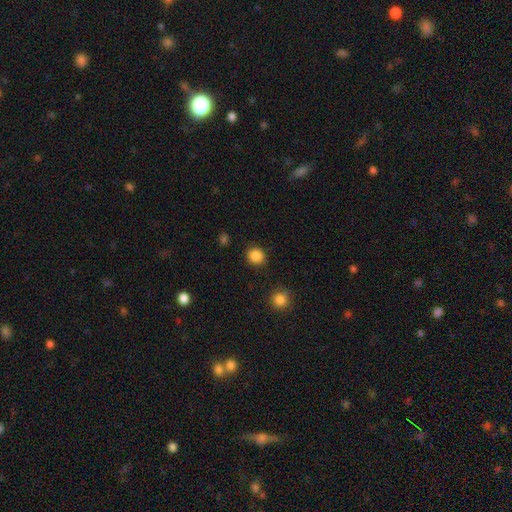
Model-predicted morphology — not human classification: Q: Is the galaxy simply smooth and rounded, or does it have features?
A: smooth — 87%.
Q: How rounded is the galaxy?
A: round — 85%.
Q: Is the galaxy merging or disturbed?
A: none — 89%.